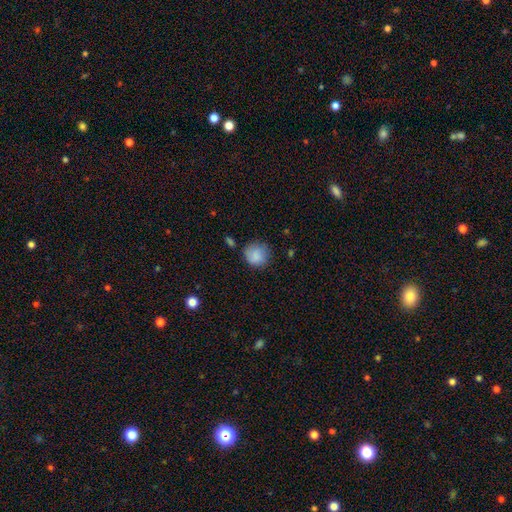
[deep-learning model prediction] The model was most divided on "merging": none: 69%, minor disturbance: 22%, major disturbance: 6%, merger: 3%. More confident: how rounded — round (87%); smooth or featured — smooth (84%).